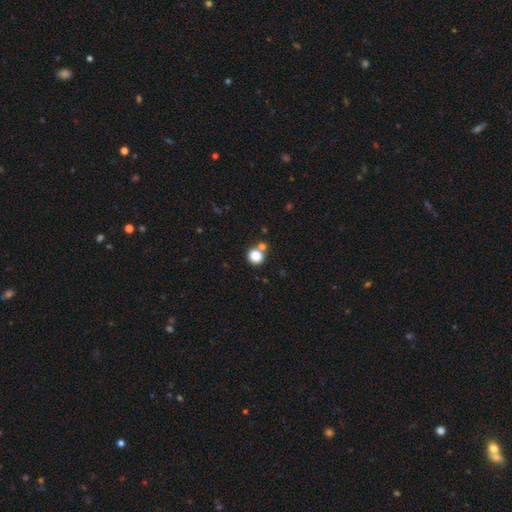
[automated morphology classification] Smooth or featured?
  - smooth: 83% *
  - star or artifact: 12%
  - featured or disk: 5%
How rounded?
  - round: 87% *
  - in between: 12%
  - cigar-shaped: 1%
Merging?
  - none: 65% *
  - merger: 22%
  - minor disturbance: 9%
  - major disturbance: 4%